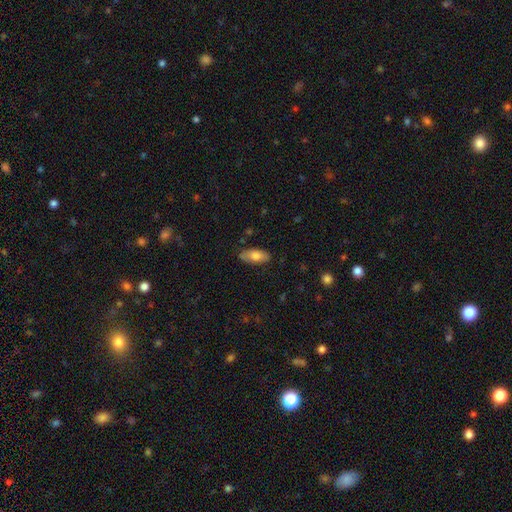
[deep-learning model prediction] smooth-or-featured: smooth: 74% | featured or disk: 20% | star or artifact: 6%
  how-rounded: in between: 87% | cigar-shaped: 11% | round: 3%
  merging: none: 82% | minor disturbance: 14% | major disturbance: 3% | merger: 1%